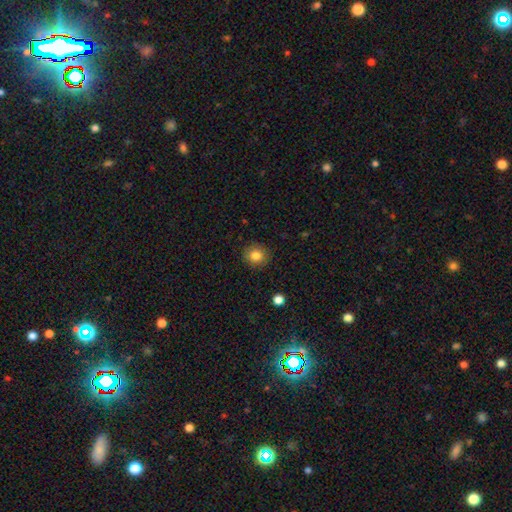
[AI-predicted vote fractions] Smooth or featured? Predicted: smooth (p=0.82). How rounded? Predicted: round (p=0.88). Merging? Predicted: none (p=0.90).